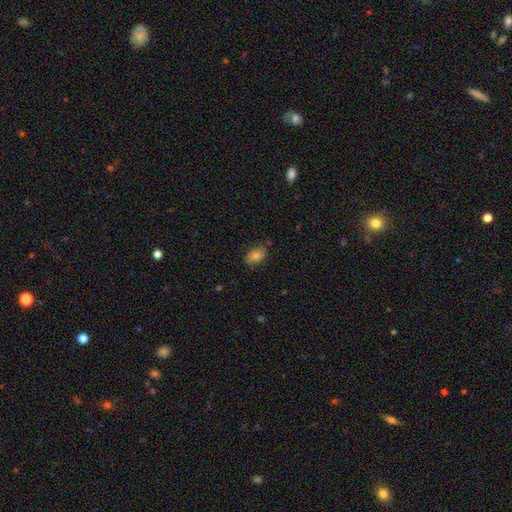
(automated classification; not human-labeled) Overall: smooth (73%). How rounded: in between (85%). Merging: none (76%).